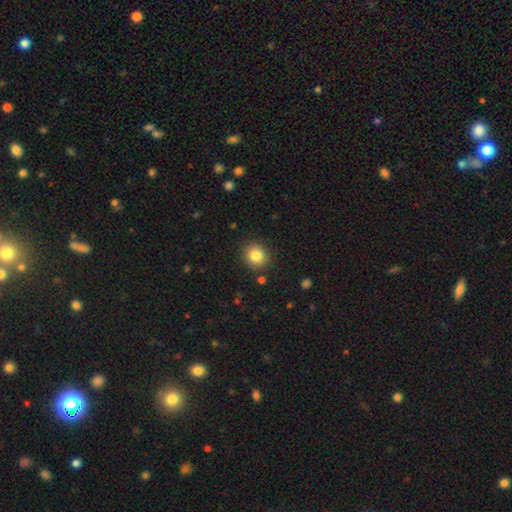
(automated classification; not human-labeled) smooth 84%, star or artifact 10%, featured or disk 6%. Down the decision tree: how rounded — round (85%); merging — none (89%).